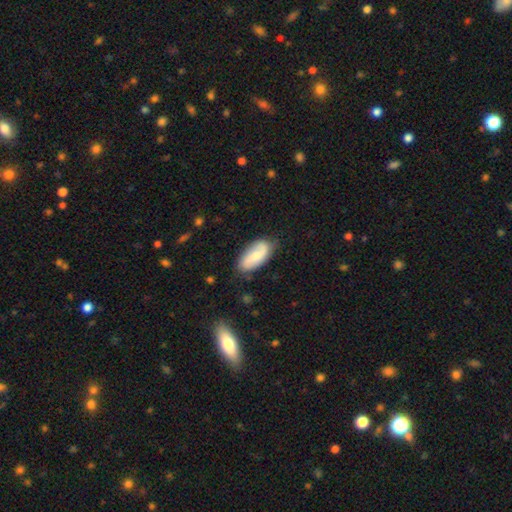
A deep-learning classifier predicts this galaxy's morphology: smooth_or_featured: featured or disk (p=0.47) [tied with: smooth p=0.47]
merging: none (p=0.78) [alt: minor disturbance p=0.17]